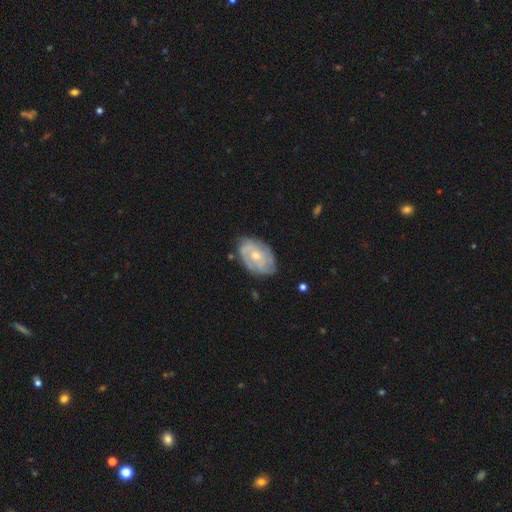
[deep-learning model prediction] A featured or disk galaxy (75%) with no bar (72%), tight (59%) spiral arms (87%) and a small central bulge (53%). Merging: none (74%).